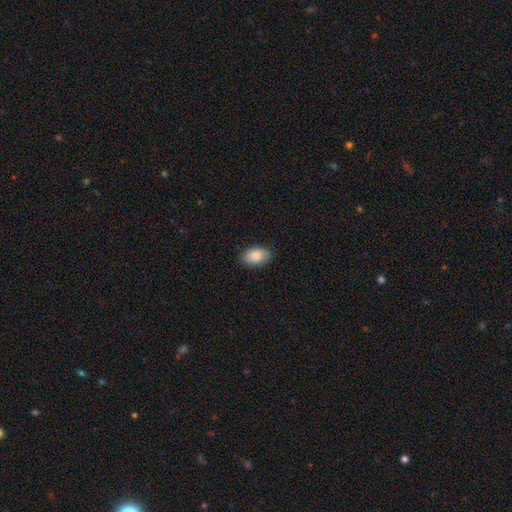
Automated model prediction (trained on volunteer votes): Smooth or featured: smooth — 86% (featured or disk — 8%)
How rounded: in between — 91% (round — 8%)
Merging: none — 86% (minor disturbance — 11%)